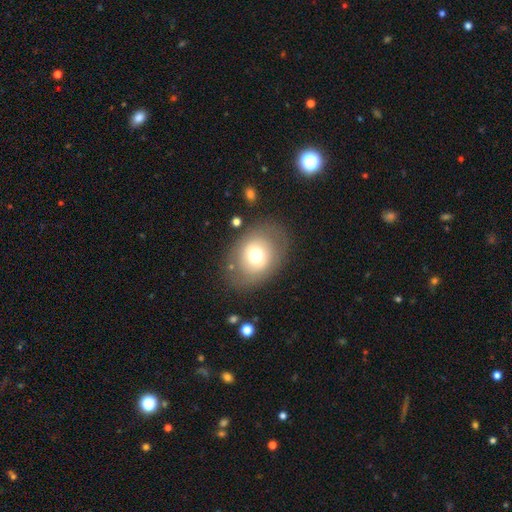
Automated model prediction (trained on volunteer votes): Q: Smooth or featured?
A: smooth (59%); runner-up: featured or disk (32%)
Q: How rounded?
A: in between (60%); runner-up: round (39%)
Q: Merging?
A: none (77%); runner-up: minor disturbance (13%)